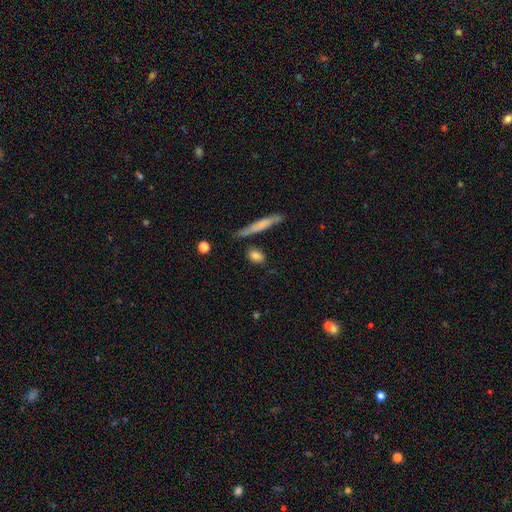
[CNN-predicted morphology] smooth 81%, featured or disk 12%, star or artifact 8%. Down the decision tree: how rounded — in between (64%); merging — none (74%).